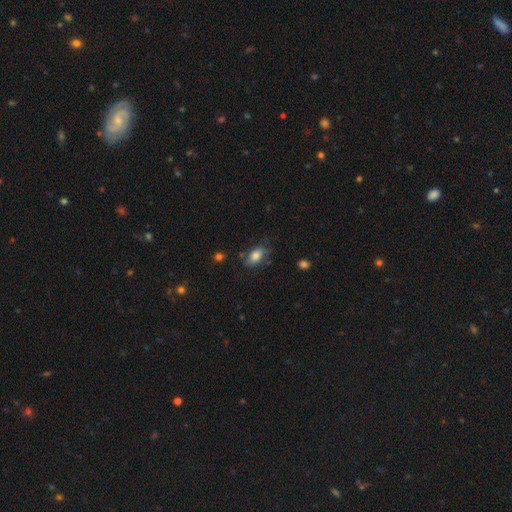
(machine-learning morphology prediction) smooth 80%, featured or disk 12%, star or artifact 8%. Down the decision tree: how rounded — in between (90%); merging — none (70%).